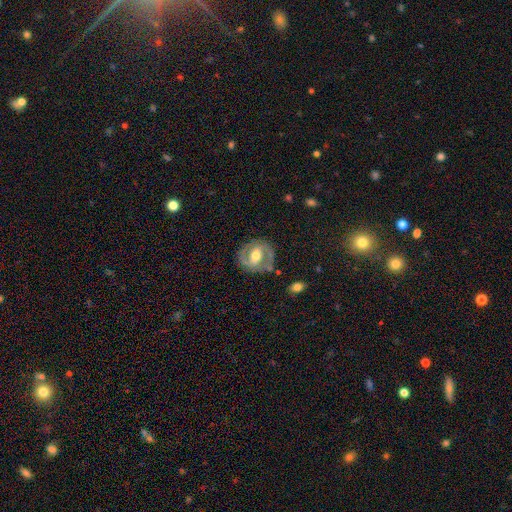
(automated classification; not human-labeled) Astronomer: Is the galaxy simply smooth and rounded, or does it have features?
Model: featured or disk — 76%.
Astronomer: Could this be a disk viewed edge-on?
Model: no — 97%.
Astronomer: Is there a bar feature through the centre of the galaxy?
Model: weak — 43% (runner-up: strong, 30%).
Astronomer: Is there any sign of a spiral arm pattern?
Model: yes — 81%.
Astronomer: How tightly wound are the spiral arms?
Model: medium — 48% (runner-up: tight, 37%).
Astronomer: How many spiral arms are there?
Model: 2 — 85%.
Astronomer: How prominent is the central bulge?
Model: moderate — 70%.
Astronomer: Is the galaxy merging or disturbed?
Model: none — 77%.